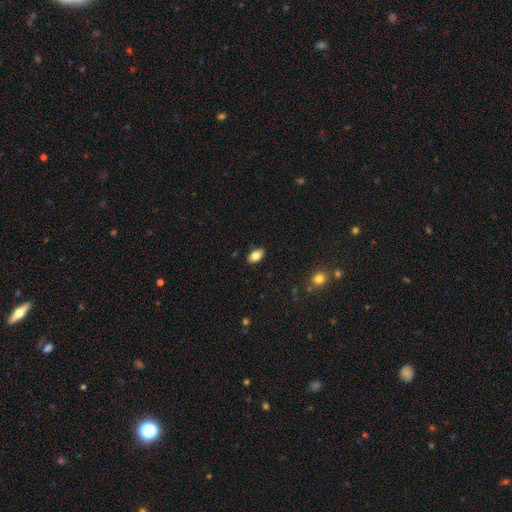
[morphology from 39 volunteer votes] Volunteers were most divided on "merging": none: 84%, minor disturbance: 11%, major disturbance: 3%, merger: 3%. More confident: smooth or featured — smooth (92%); how rounded — in between (92%).